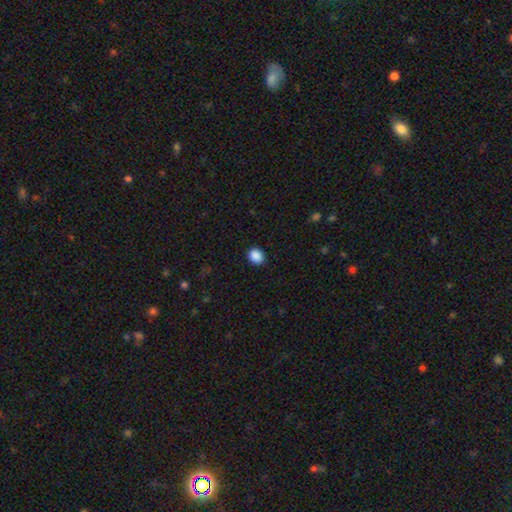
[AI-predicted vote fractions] smooth-or-featured: smooth: 89% | star or artifact: 8% | featured or disk: 2%
  how-rounded: round: 54% | in between: 45% | cigar-shaped: 1%
  merging: none: 90% | minor disturbance: 7% | major disturbance: 2% | merger: 1%